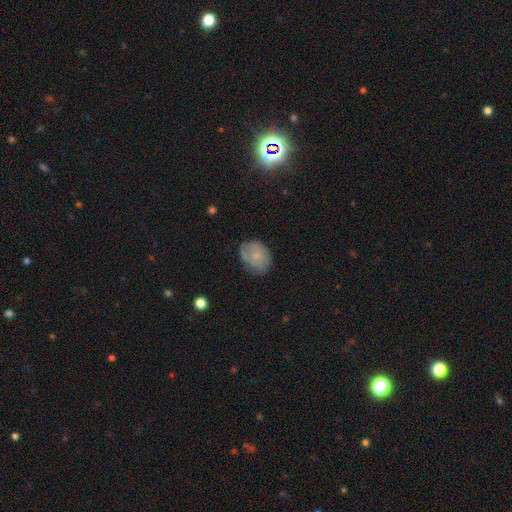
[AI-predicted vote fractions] The model was most divided on "how rounded": in between: 63%, round: 36%, cigar-shaped: 1%. More confident: merging — none (65%); smooth or featured — smooth (65%).